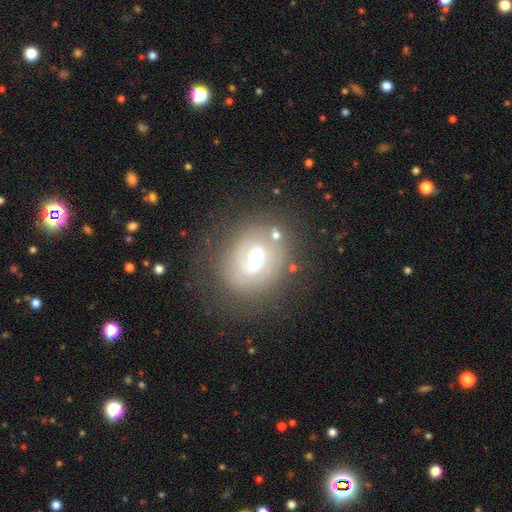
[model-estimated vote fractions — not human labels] This is likely a featured or disk galaxy (68%). It is clearly not viewed edge-on (96%). Bar: possibly weak (48%). Spiral arm pattern: likely yes (76%). Spiral arm count: marginally 2 (45%). Spiral winding: marginally medium (39%). Central bulge: likely moderate (62%). Merging: likely none (61%).